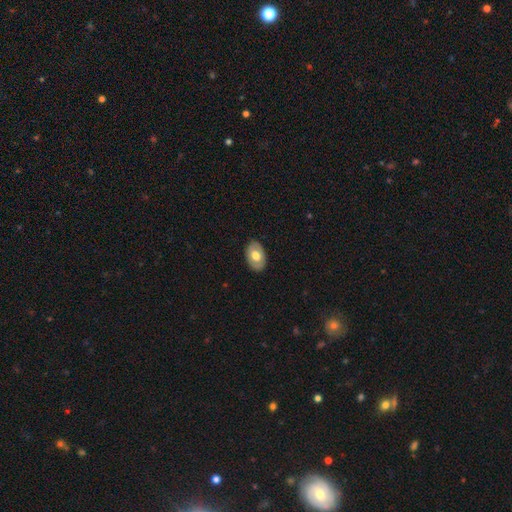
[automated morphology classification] Smooth or featured: smooth — 61% (featured or disk — 34%)
How rounded: in between — 86% (round — 13%)
Merging: none — 85% (minor disturbance — 11%)